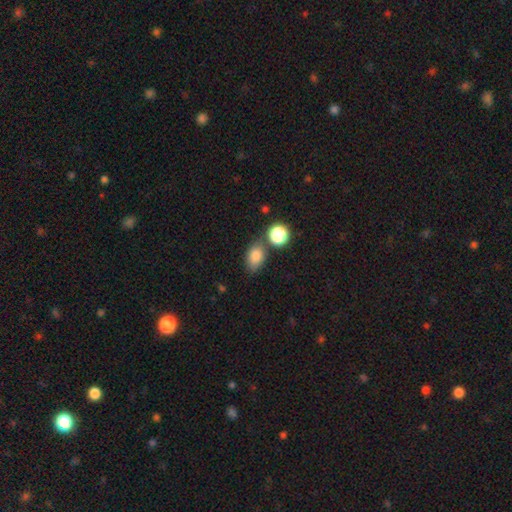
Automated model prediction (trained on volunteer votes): Overall: smooth (83%). How rounded: in between (78%). Merging: none (62%).